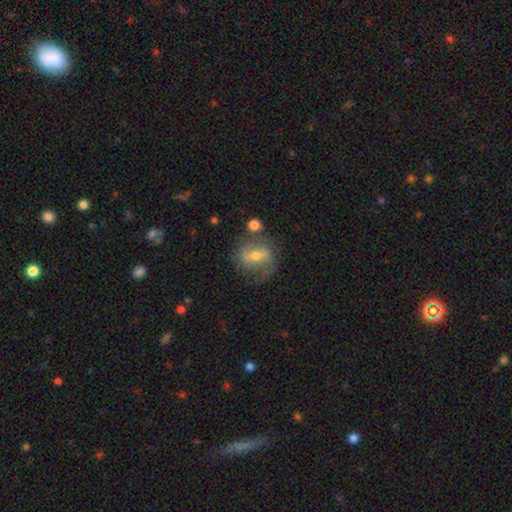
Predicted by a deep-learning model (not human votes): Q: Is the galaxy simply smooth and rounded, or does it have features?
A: featured or disk — 60%.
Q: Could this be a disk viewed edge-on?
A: no — 94%.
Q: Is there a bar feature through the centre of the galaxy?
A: weak — 40%.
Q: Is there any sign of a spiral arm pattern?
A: yes — 69%.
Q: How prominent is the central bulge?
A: moderate — 59%.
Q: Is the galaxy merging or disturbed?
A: none — 61%.